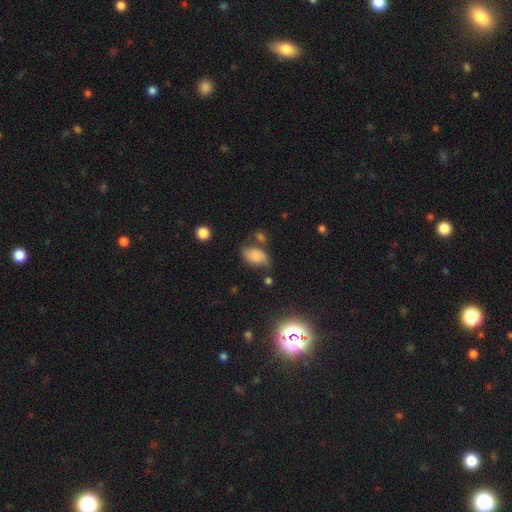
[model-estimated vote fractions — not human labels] Smooth or featured? Predicted: smooth (p=0.62). How rounded? Predicted: in between (p=0.89). Merging? Predicted: none (p=0.47).